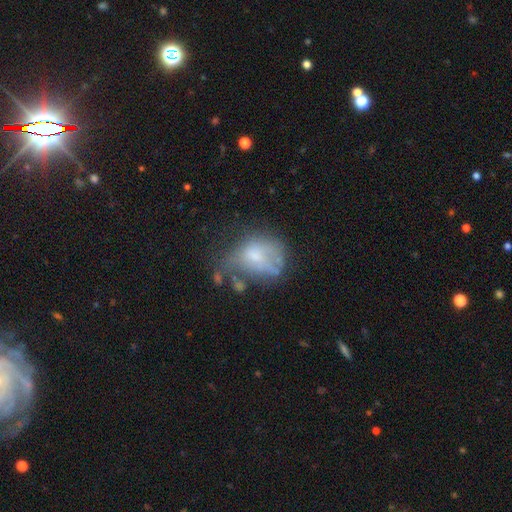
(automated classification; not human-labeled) This is possibly a smooth galaxy (47%). Merging: marginally major disturbance (33%).